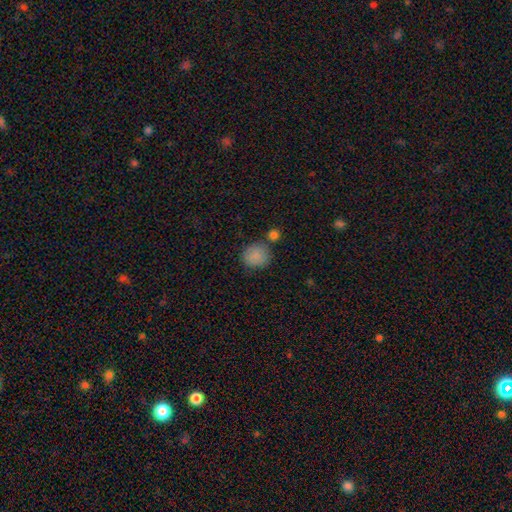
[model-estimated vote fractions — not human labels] Q: Smooth or featured?
A: smooth (87%); runner-up: star or artifact (9%)
Q: How rounded?
A: round (82%); runner-up: in between (17%)
Q: Merging?
A: none (70%); runner-up: minor disturbance (13%)